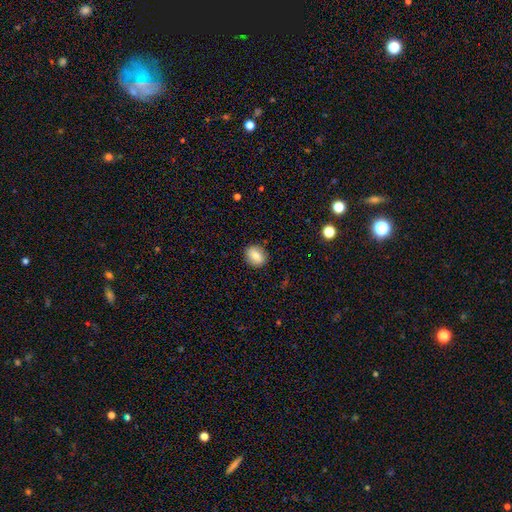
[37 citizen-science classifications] This is clearly a smooth galaxy (81%). How rounded: likely round (73%). Merging: clearly none (91%).